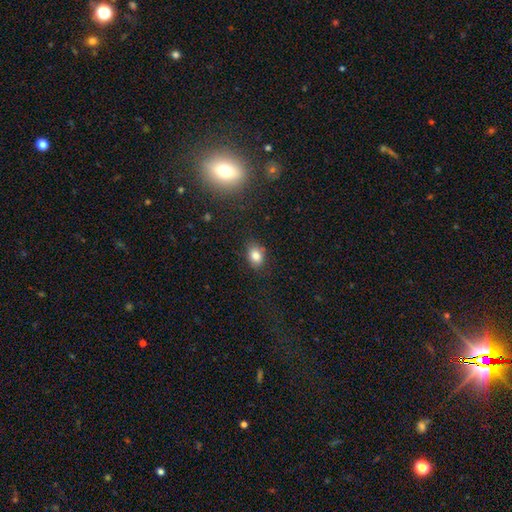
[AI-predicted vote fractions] smooth_or_featured: smooth (p=0.82) [alt: star or artifact p=0.11]
how_rounded: in between (p=0.69) [alt: round p=0.30]
merging: none (p=0.81) [alt: minor disturbance p=0.14]